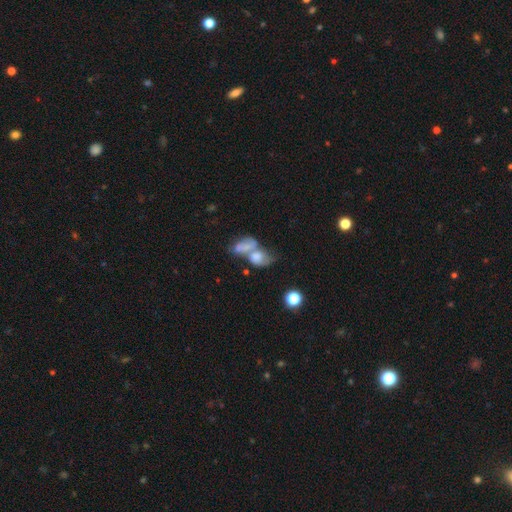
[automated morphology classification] Smooth or featured?
  - smooth: 59% *
  - featured or disk: 31%
  - star or artifact: 11%
How rounded?
  - in between: 75% *
  - round: 22%
  - cigar-shaped: 3%
Merging?
  - merger: 68% *
  - none: 12%
  - major disturbance: 12%
  - minor disturbance: 8%